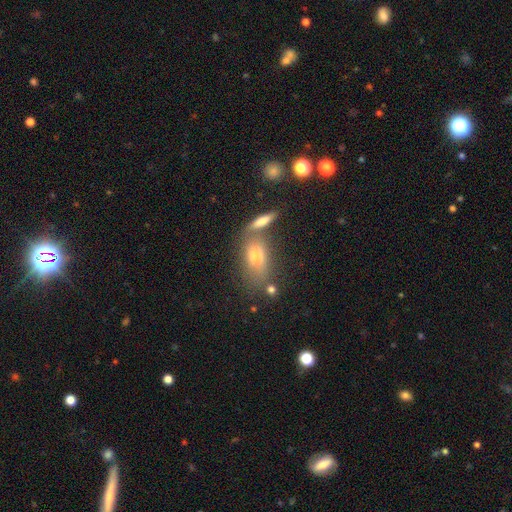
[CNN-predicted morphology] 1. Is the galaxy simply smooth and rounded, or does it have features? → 63% smooth, 25% featured or disk, 11% star or artifact.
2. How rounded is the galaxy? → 80% in between, 12% cigar-shaped, 8% round.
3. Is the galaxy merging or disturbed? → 47% none, 27% merger, 17% minor disturbance, 8% major disturbance.